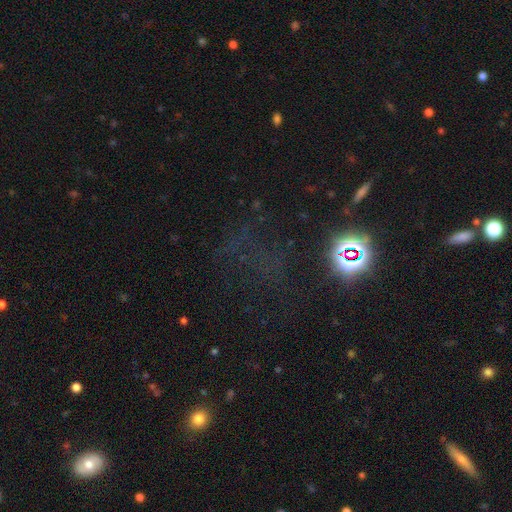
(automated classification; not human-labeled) Smooth or featured? Predicted: star or artifact (p=0.69).